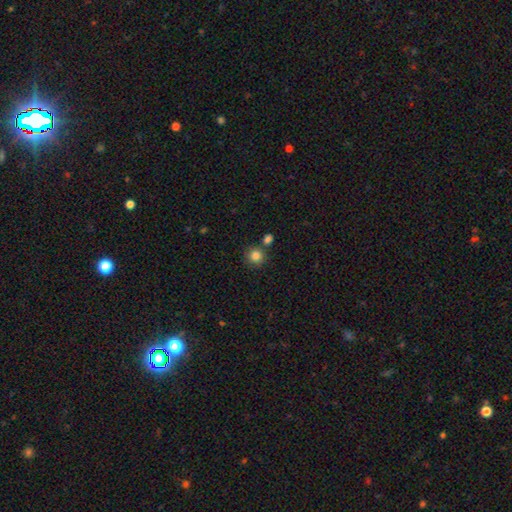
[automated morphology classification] Smooth or featured?
  - smooth: 84% *
  - star or artifact: 11%
  - featured or disk: 5%
How rounded?
  - round: 92% *
  - in between: 7%
  - cigar-shaped: 1%
Merging?
  - none: 77% *
  - merger: 12%
  - minor disturbance: 9%
  - major disturbance: 3%